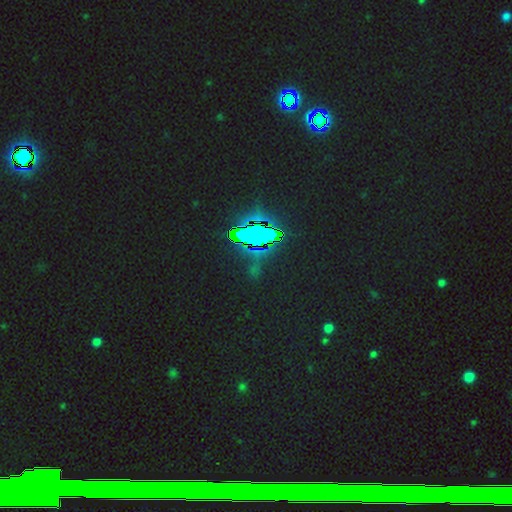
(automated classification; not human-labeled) The model was most divided on "smooth or featured": star or artifact: 84%, smooth: 9%, featured or disk: 7%.